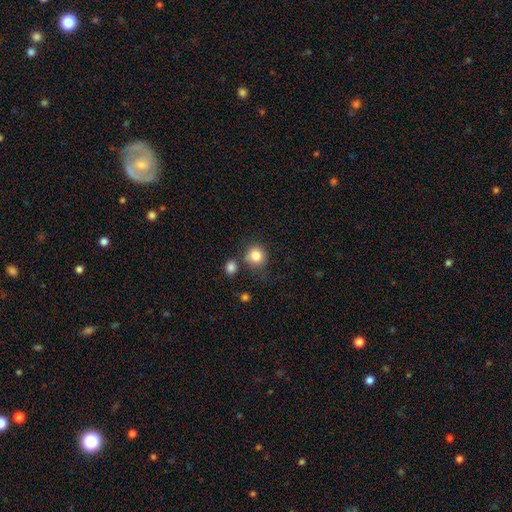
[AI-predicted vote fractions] This is clearly a smooth galaxy (84%). How rounded: clearly round (88%). Merging: likely none (68%).